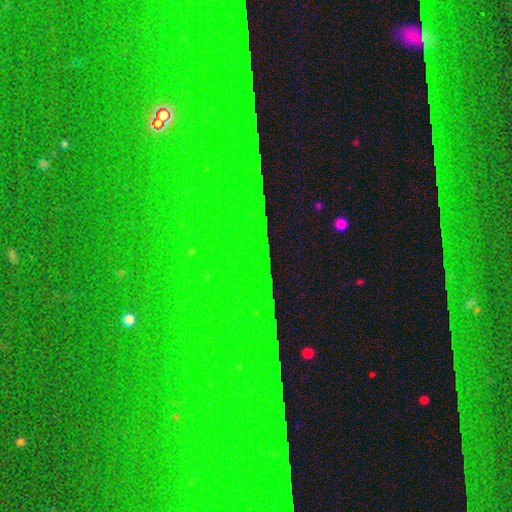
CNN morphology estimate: Smooth or featured?
  - star or artifact: 85% *
  - featured or disk: 8%
  - smooth: 7%